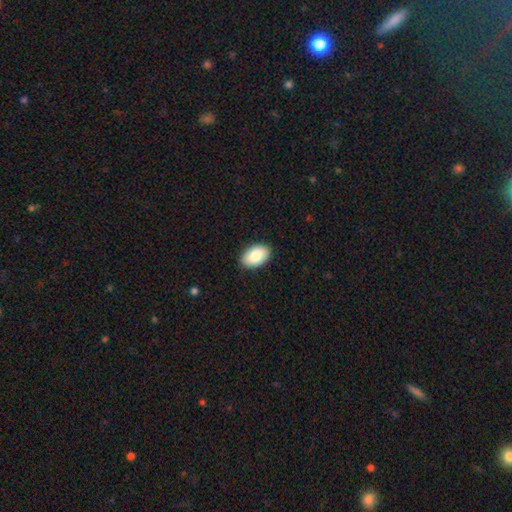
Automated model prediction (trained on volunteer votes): smooth 86%, featured or disk 7%, star or artifact 6%. Down the decision tree: how rounded — in between (91%); merging — none (89%).